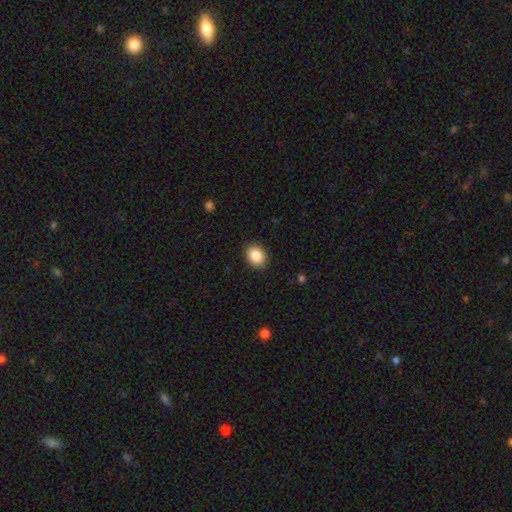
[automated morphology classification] Smooth or featured: smooth — 88% (star or artifact — 8%)
How rounded: round — 54% (in between — 46%)
Merging: none — 89% (minor disturbance — 8%)